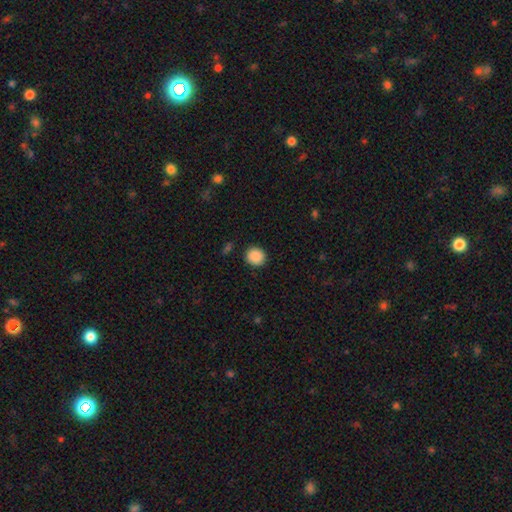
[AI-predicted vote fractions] Morphology: type=smooth (89%); roundness=round (89%); merging=none (90%).